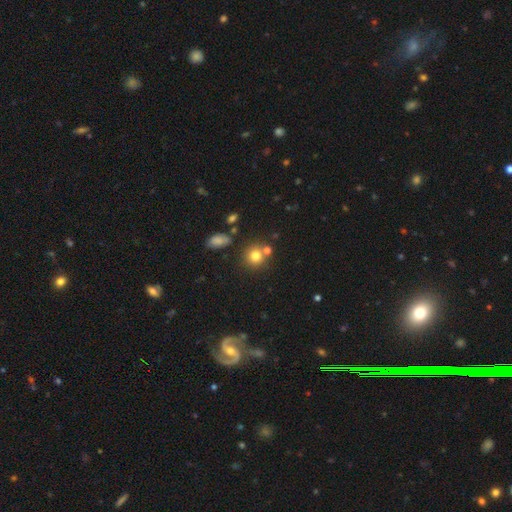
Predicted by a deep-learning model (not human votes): A smooth galaxy with no disk features (77%) that is round (87%).

Vote fractions:
- Smooth or featured? smooth: 77% / star or artifact: 14% / featured or disk: 9%
- How rounded? round: 87% / in between: 12% / cigar-shaped: 1%
- Merging? none: 68% / merger: 19% / minor disturbance: 10% / major disturbance: 4%